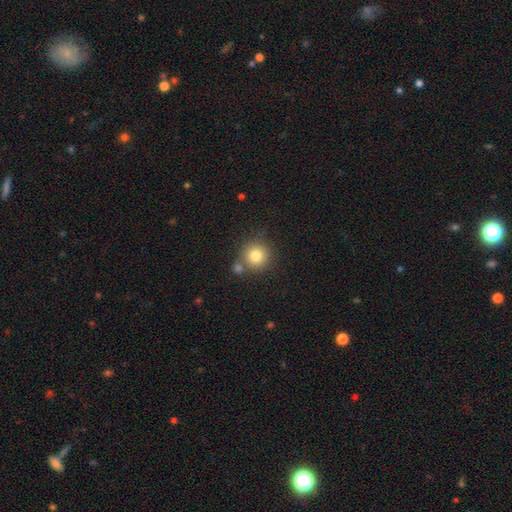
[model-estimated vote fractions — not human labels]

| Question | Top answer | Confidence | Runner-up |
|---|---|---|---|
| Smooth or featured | smooth | 80% | star or artifact (11%) |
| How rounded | round | 93% | in between (6%) |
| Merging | none | 71% | merger (17%) |